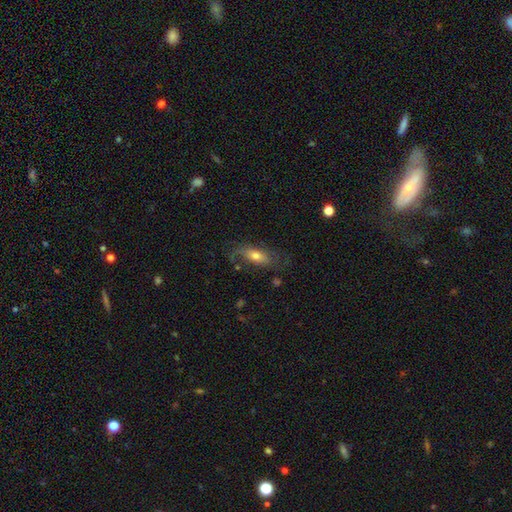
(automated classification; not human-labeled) A smooth galaxy with no disk features (56%) that is in between round and cigar-shaped (73%). Merging: none (58%).